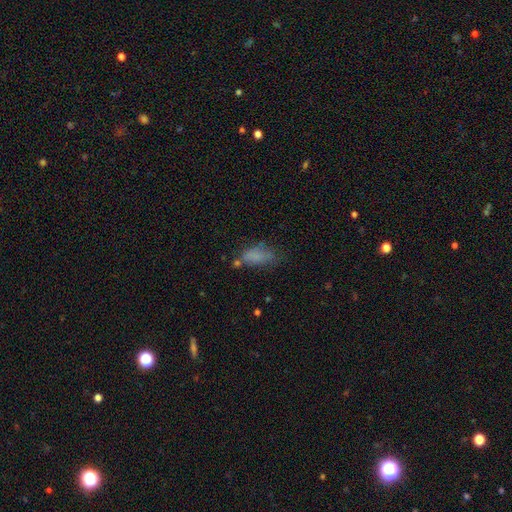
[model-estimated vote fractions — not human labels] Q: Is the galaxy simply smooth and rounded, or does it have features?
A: smooth — 74%.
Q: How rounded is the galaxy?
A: in between — 83%.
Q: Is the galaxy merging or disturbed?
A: none — 45%.